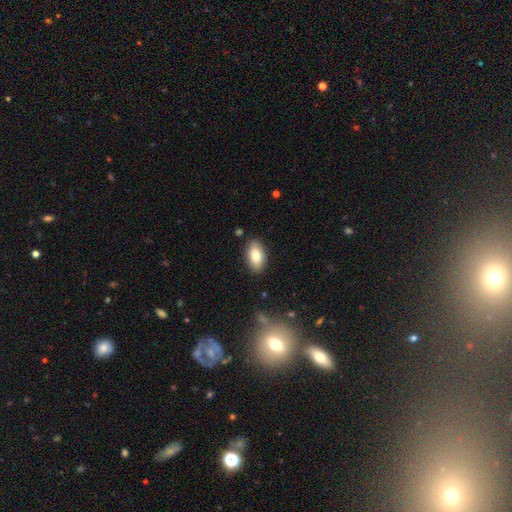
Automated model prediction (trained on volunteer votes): Smooth or featured: smooth — 83% (featured or disk — 10%)
How rounded: in between — 93% (round — 4%)
Merging: none — 87% (minor disturbance — 10%)